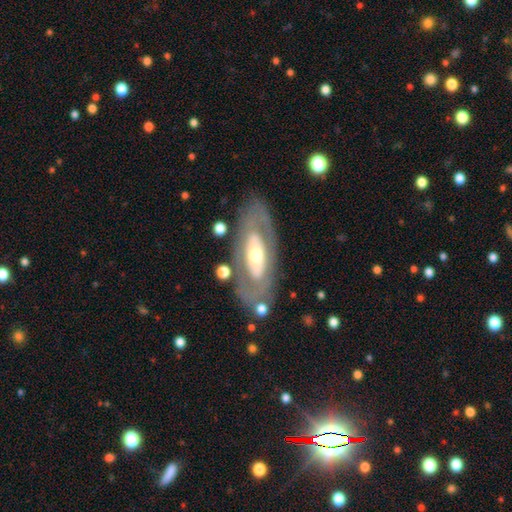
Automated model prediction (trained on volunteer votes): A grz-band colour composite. It shows a featured or disk galaxy (69%) with no bar (75%), no spiral arms (72%) and a moderate central bulge (59%). Merging: none (78%).